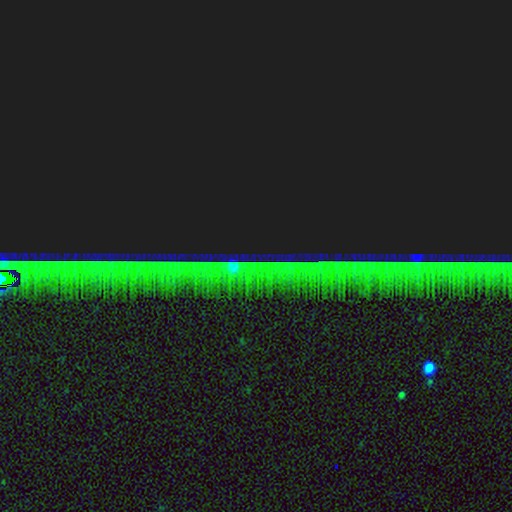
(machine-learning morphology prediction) Smooth or featured: star or artifact — 82% (featured or disk — 10%)